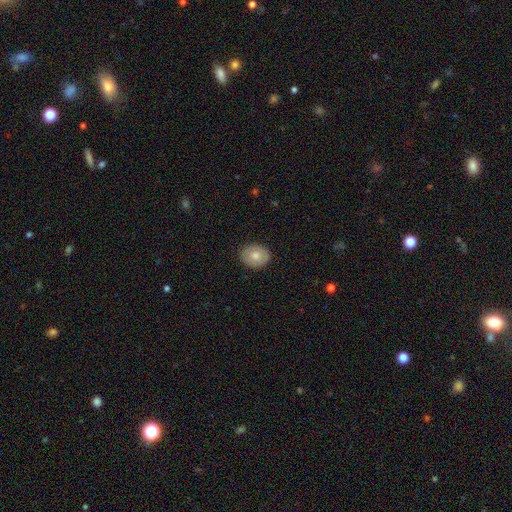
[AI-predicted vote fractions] smooth 79%, featured or disk 14%, star or artifact 7%. Down the decision tree: how rounded — in between (53%); merging — none (88%).